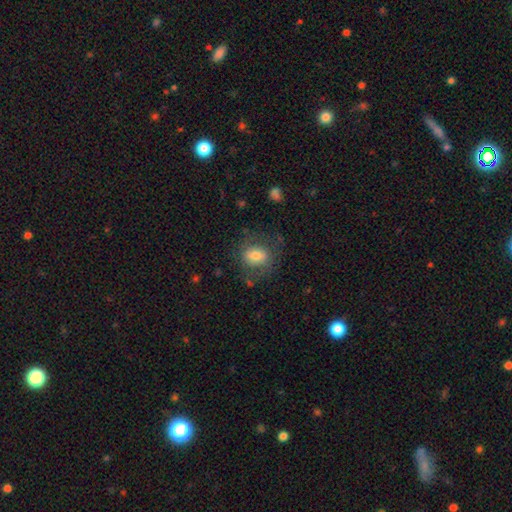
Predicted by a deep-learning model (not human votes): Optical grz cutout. It shows a smooth galaxy with no disk features (71%) that is in between round and cigar-shaped (62%). Merging: none (66%).